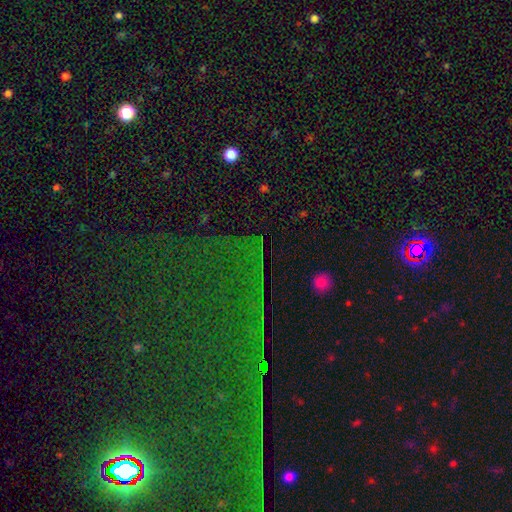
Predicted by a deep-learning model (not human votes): Overall: star or artifact (81%).